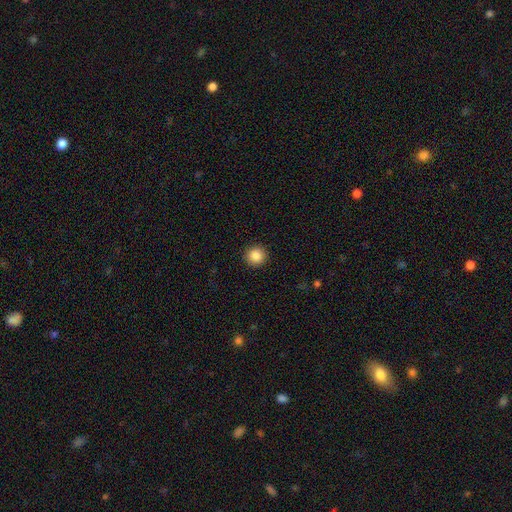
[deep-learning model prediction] Q: Smooth or featured?
A: smooth (86%); runner-up: star or artifact (10%)
Q: How rounded?
A: round (95%); runner-up: in between (4%)
Q: Merging?
A: none (93%); runner-up: minor disturbance (5%)